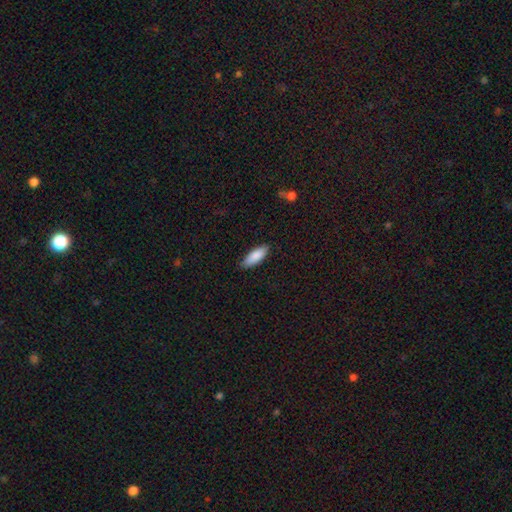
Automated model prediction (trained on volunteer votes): Q: Smooth or featured?
A: smooth (86%); runner-up: featured or disk (8%)
Q: How rounded?
A: in between (65%); runner-up: cigar-shaped (33%)
Q: Merging?
A: none (85%); runner-up: minor disturbance (12%)